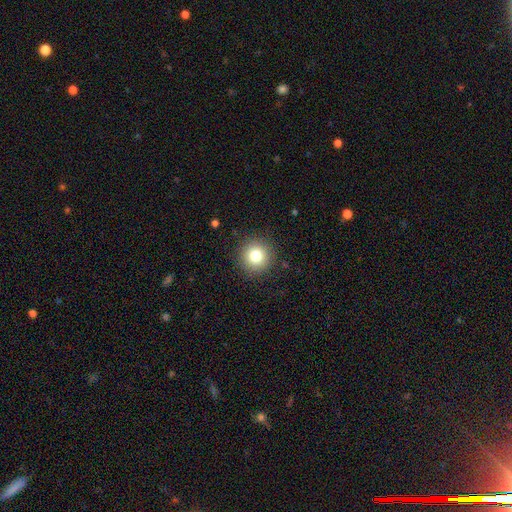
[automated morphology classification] smooth-or-featured: smooth: 80% | star or artifact: 12% | featured or disk: 8%
  how-rounded: round: 95% | in between: 4% | cigar-shaped: 1%
  merging: none: 91% | minor disturbance: 6% | major disturbance: 2% | merger: 1%